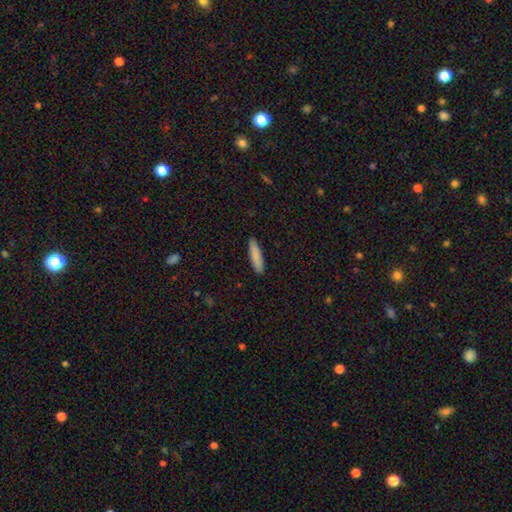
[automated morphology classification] Overall: smooth (86%). How rounded: cigar-shaped (79%). Merging: none (91%).